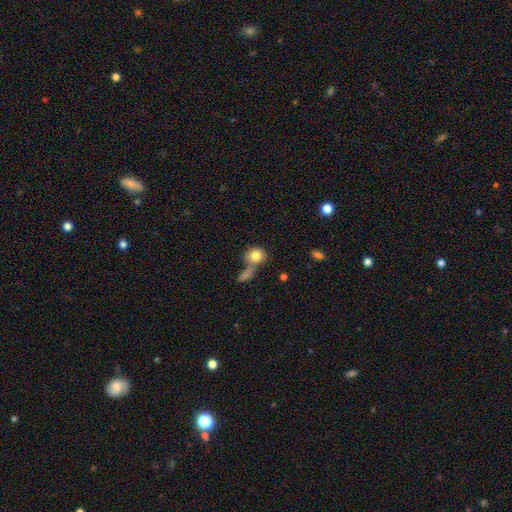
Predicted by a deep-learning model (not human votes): Q: Smooth or featured?
A: smooth (81%); runner-up: featured or disk (11%)
Q: How rounded?
A: round (73%); runner-up: in between (25%)
Q: Merging?
A: none (43%); runner-up: merger (36%)